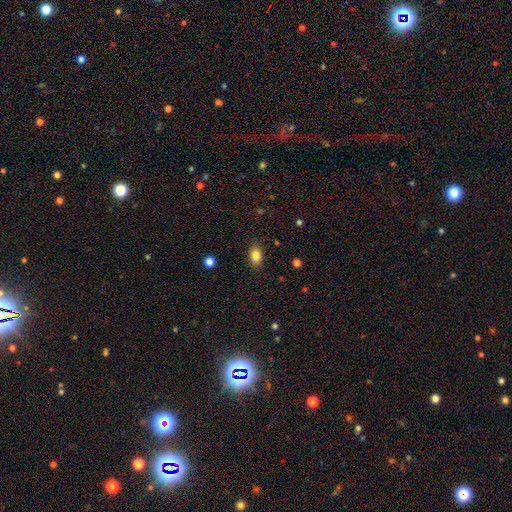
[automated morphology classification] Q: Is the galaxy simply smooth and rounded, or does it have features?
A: smooth — 83%.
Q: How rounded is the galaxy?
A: in between — 75%.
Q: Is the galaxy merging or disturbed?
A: none — 84%.